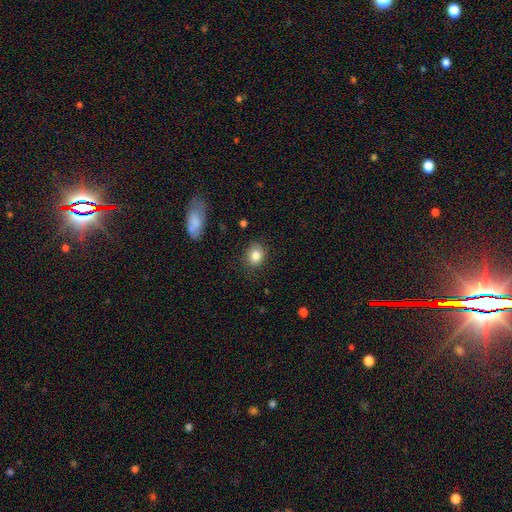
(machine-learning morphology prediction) Smooth or featured? Predicted: smooth (p=0.84). How rounded? Predicted: round (p=0.62). Merging? Predicted: none (p=0.83).